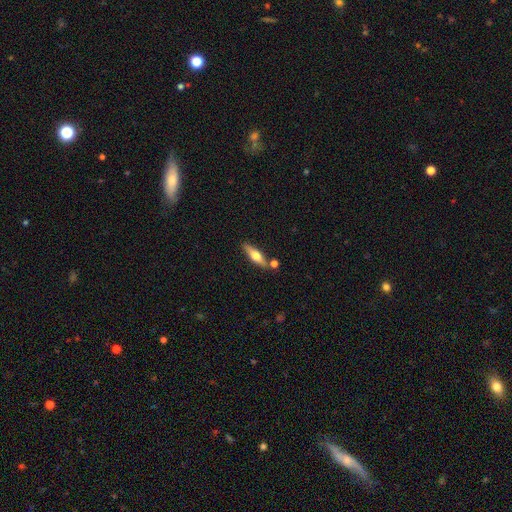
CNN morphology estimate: smooth-or-featured: featured or disk: 50% | smooth: 44% | star or artifact: 6%
  merging: none: 77% | minor disturbance: 11% | merger: 10% | major disturbance: 3%